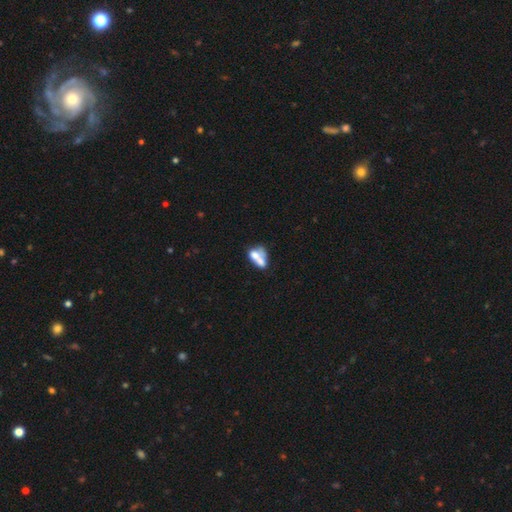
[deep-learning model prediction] The model was most divided on "smooth or featured": smooth: 56%, featured or disk: 34%, star or artifact: 10%. More confident: how rounded — in between (73%); merging — merger (63%).